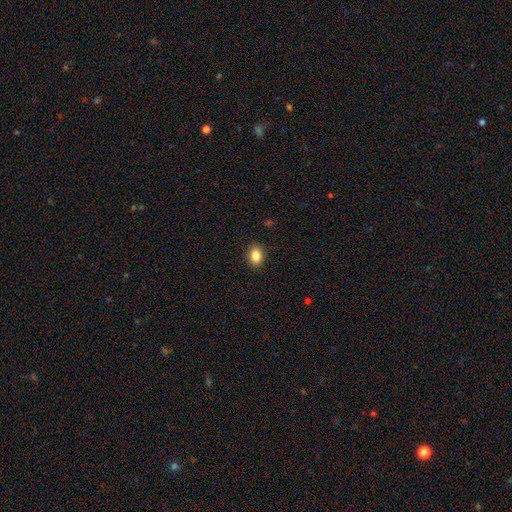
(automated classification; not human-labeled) A smooth galaxy with no disk features (87%) that is in between round and cigar-shaped (64%). Merging: none (89%).